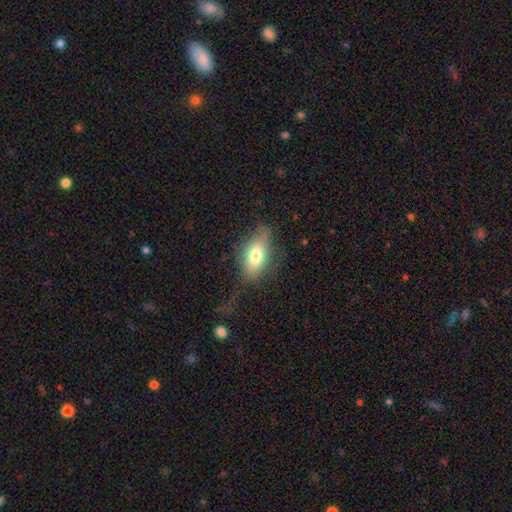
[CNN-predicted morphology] A smooth galaxy with no disk features (71%) that is in between round and cigar-shaped (87%). Merging: none (53%).